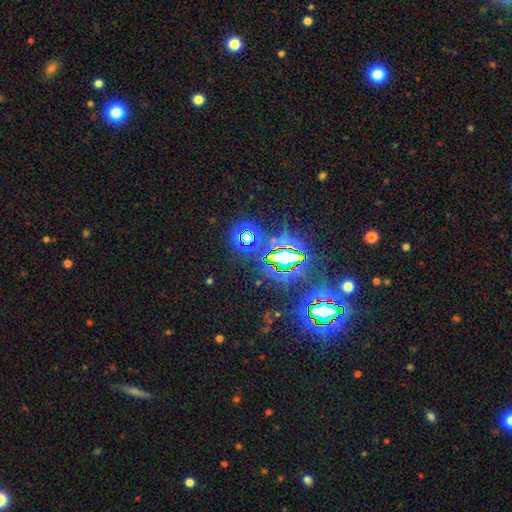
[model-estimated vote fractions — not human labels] star or artifact 81%, smooth 13%, featured or disk 7%.